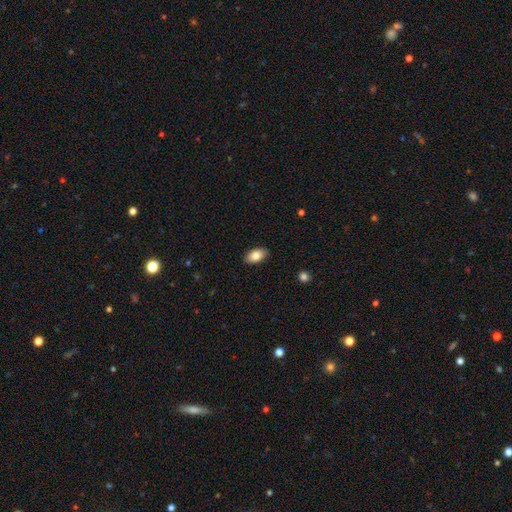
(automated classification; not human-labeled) smooth-or-featured: smooth: 80% | featured or disk: 13% | star or artifact: 7%
  how-rounded: in between: 93% | round: 5% | cigar-shaped: 3%
  merging: none: 88% | minor disturbance: 9% | major disturbance: 2% | merger: 1%